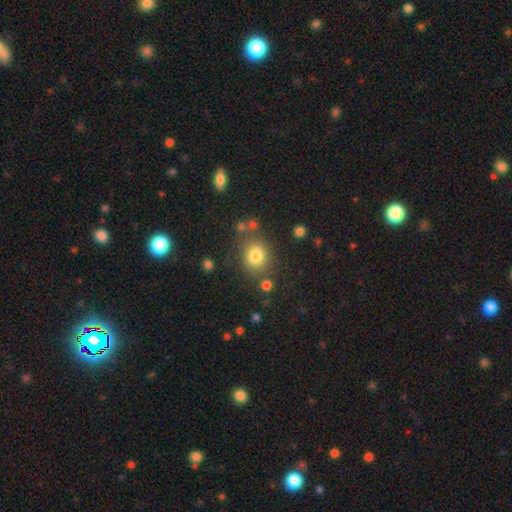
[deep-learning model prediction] Smooth or featured: smooth — 80% (star or artifact — 13%)
How rounded: round — 78% (in between — 21%)
Merging: none — 75% (minor disturbance — 12%)